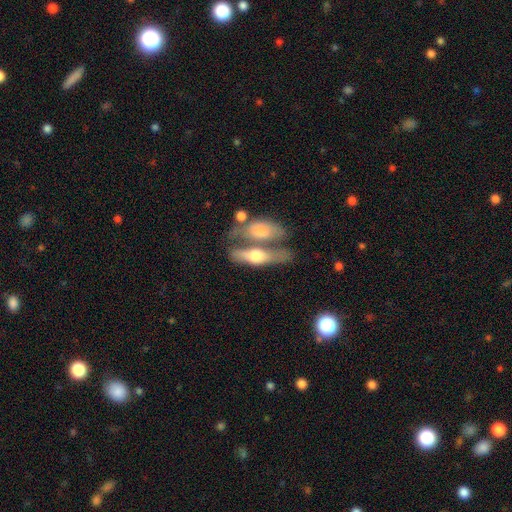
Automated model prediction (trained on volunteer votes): A smooth galaxy with no disk features (48%). Merging: merger (46%).